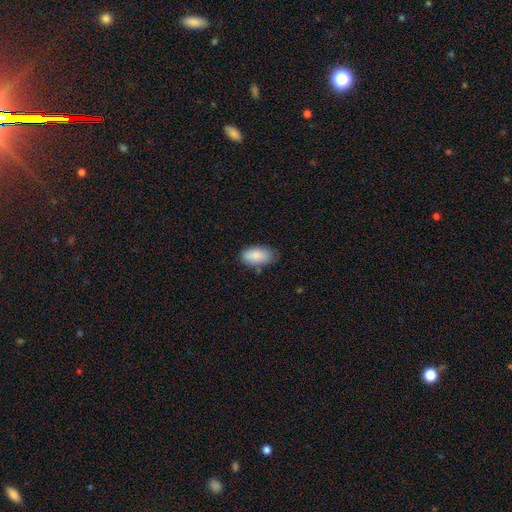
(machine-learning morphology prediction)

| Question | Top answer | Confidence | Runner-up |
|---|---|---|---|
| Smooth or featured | smooth | 86% | featured or disk (7%) |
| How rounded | in between | 94% | round (4%) |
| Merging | none | 69% | minor disturbance (24%) |